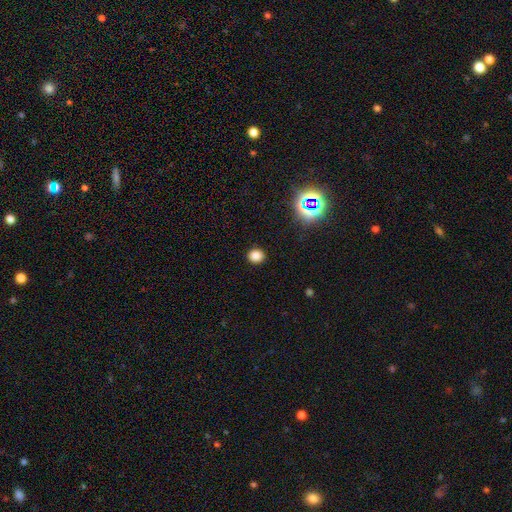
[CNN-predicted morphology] The model was most divided on "how rounded": round: 80%, in between: 19%, cigar-shaped: 1%. More confident: merging — none (90%); smooth or featured — smooth (80%).